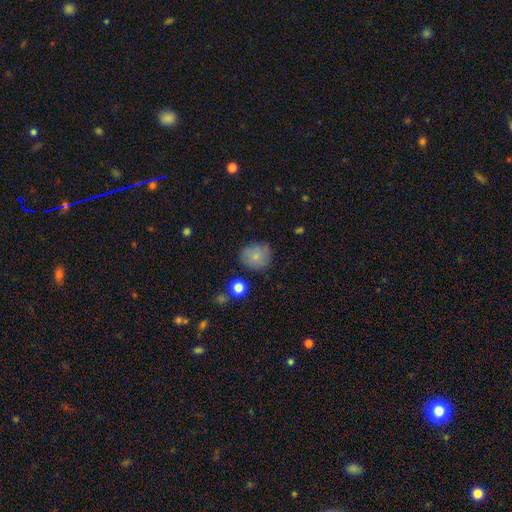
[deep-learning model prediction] Smooth or featured: smooth — 79% (featured or disk — 11%)
How rounded: round — 80% (in between — 19%)
Merging: none — 75% (minor disturbance — 17%)